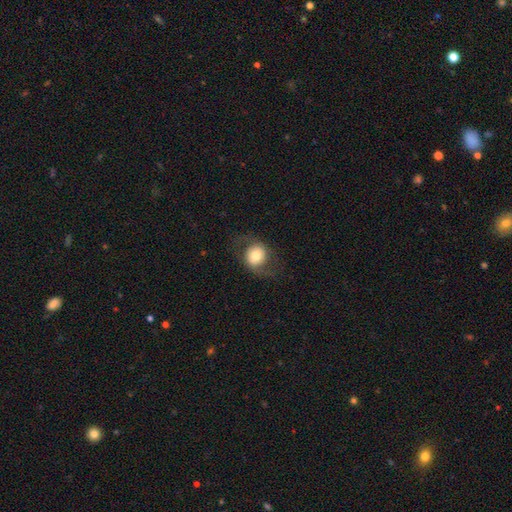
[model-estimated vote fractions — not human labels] Overall: smooth (54%; featured or disk 38%). How rounded: round (77%). Merging: none (70%).